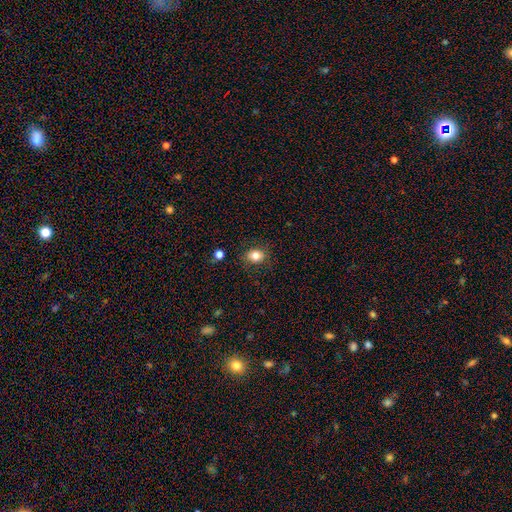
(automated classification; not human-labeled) Q: Smooth or featured?
A: smooth (81%); runner-up: star or artifact (11%)
Q: How rounded?
A: round (54%); runner-up: in between (46%)
Q: Merging?
A: none (85%); runner-up: minor disturbance (10%)